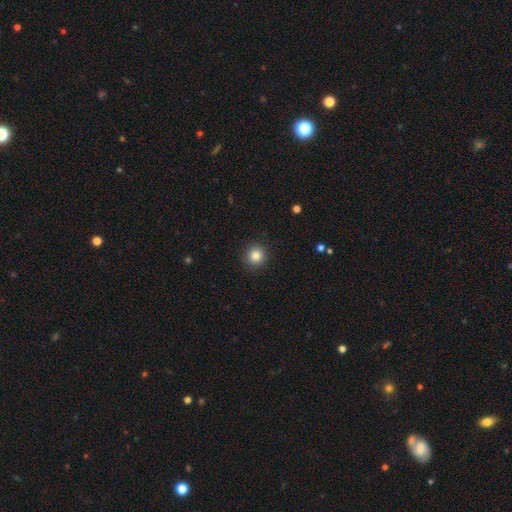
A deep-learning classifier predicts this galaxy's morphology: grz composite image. It shows a smooth galaxy with no disk features (84%) that is round (94%). Merging: none (92%).